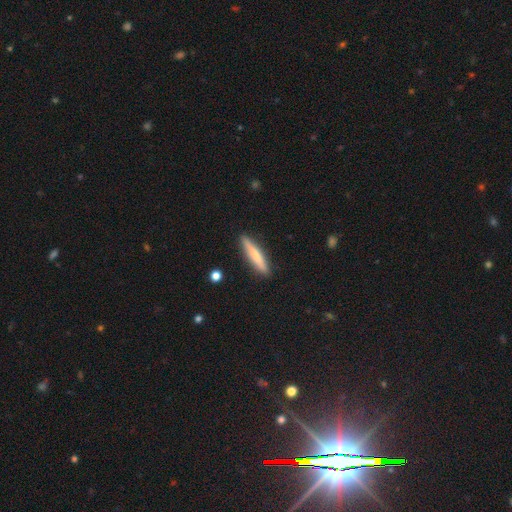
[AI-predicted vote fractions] Smooth or featured?
  - smooth: 66% *
  - featured or disk: 28%
  - star or artifact: 6%
How rounded?
  - cigar-shaped: 90% *
  - in between: 9%
  - round: 1%
Merging?
  - none: 89% *
  - minor disturbance: 8%
  - major disturbance: 2%
  - merger: 1%